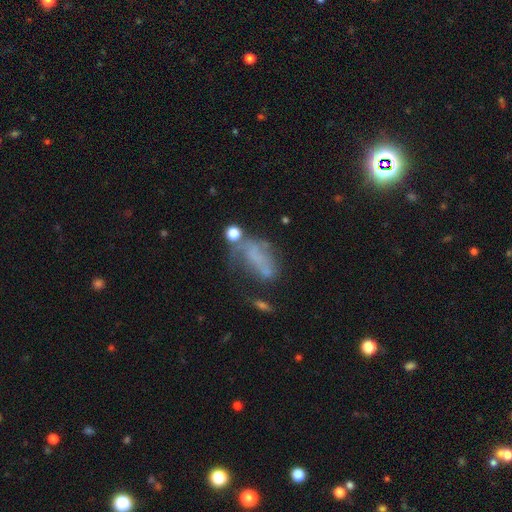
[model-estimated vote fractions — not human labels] smooth_or_featured: smooth (p=0.41) [alt: featured or disk p=0.40]
merging: major disturbance (p=0.39) [alt: none p=0.25]